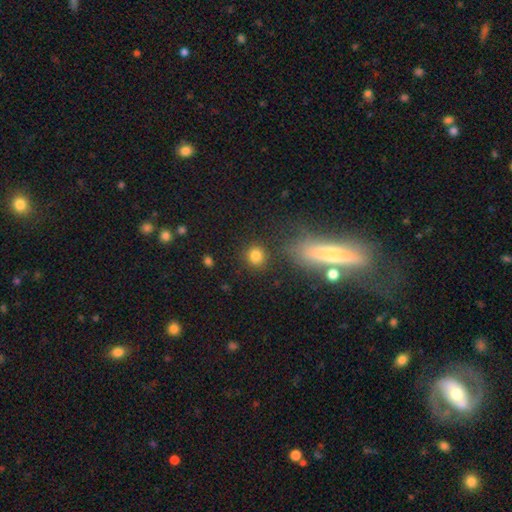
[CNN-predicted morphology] Smooth or featured?
  - smooth: 82% *
  - star or artifact: 12%
  - featured or disk: 6%
How rounded?
  - round: 83% *
  - in between: 16%
  - cigar-shaped: 2%
Merging?
  - none: 82% *
  - minor disturbance: 9%
  - merger: 5%
  - major disturbance: 4%